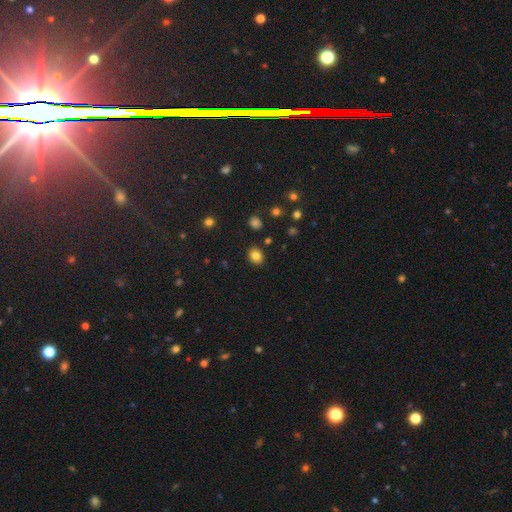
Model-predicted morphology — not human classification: Smooth or featured: smooth — 83% (star or artifact — 11%)
How rounded: round — 56% (in between — 43%)
Merging: none — 87% (minor disturbance — 9%)